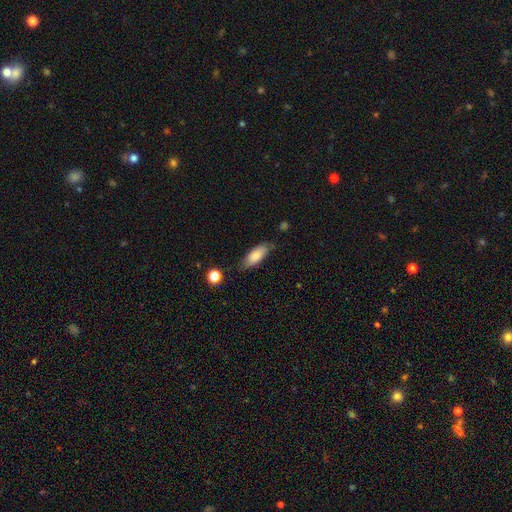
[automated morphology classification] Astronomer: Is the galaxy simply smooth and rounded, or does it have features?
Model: smooth — 82%.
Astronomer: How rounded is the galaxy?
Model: in between — 73%.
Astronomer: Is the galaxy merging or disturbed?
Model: none — 73%.